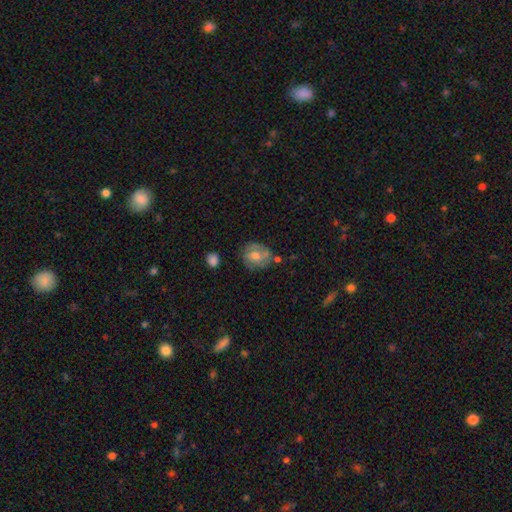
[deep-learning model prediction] A smooth galaxy with no disk features (47%). Merging: none (64%).